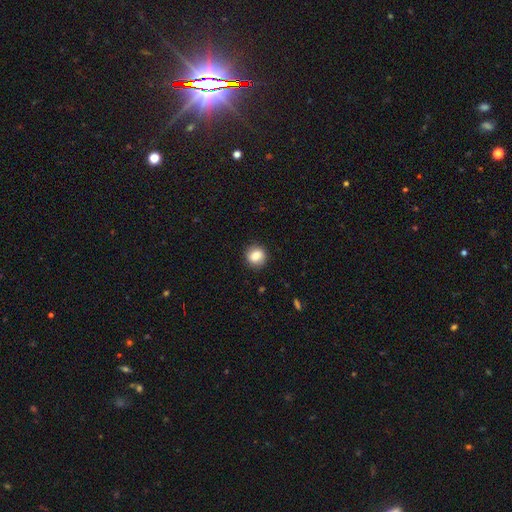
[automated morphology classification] Smooth or featured?
  - smooth: 82% *
  - featured or disk: 9%
  - star or artifact: 9%
How rounded?
  - round: 83% *
  - in between: 16%
  - cigar-shaped: 1%
Merging?
  - none: 87% *
  - minor disturbance: 9%
  - major disturbance: 2%
  - merger: 1%